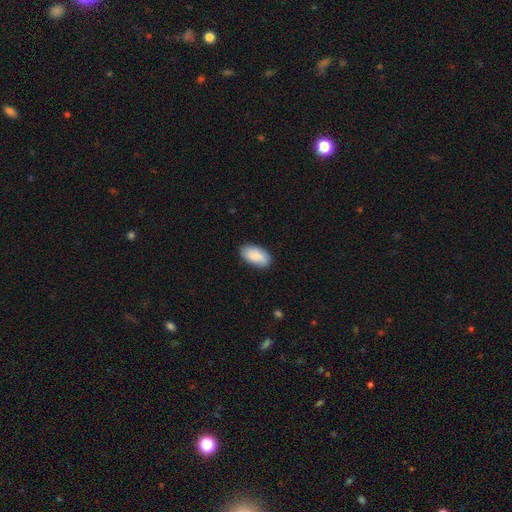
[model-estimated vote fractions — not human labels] smooth-or-featured: smooth: 86% | featured or disk: 8% | star or artifact: 6%
  how-rounded: in between: 95% | cigar-shaped: 3% | round: 3%
  merging: none: 85% | minor disturbance: 12% | major disturbance: 2% | merger: 1%